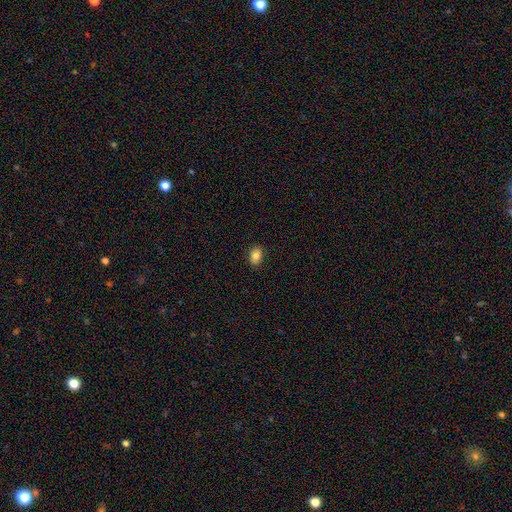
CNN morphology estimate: smooth-or-featured: smooth: 84% | star or artifact: 9% | featured or disk: 6%
  how-rounded: in between: 77% | round: 21% | cigar-shaped: 1%
  merging: none: 88% | minor disturbance: 9% | major disturbance: 2% | merger: 1%